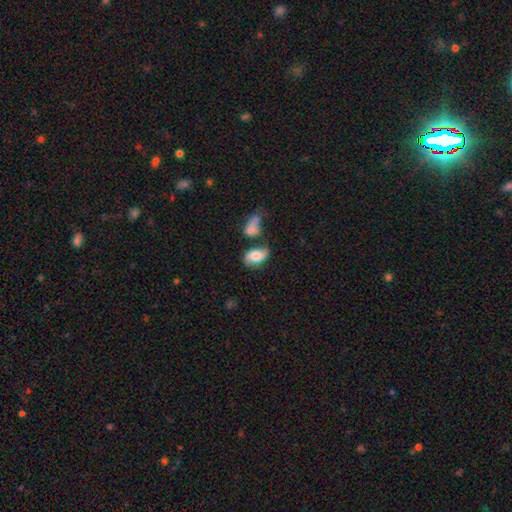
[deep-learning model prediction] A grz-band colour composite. It shows a smooth galaxy with no disk features (59%) that is in between round and cigar-shaped (89%). Merging: none (45%).